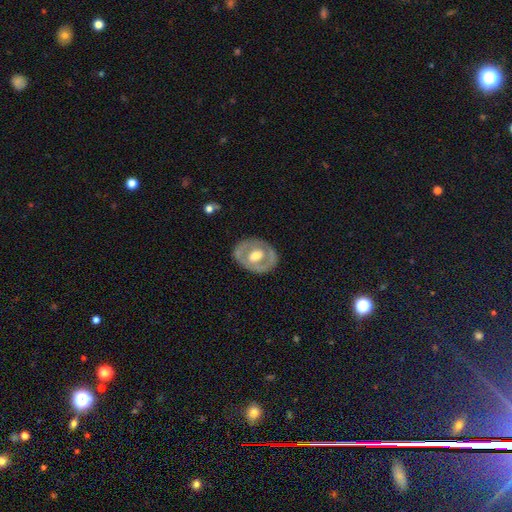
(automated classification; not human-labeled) This is likely a featured or disk galaxy (61%). It is clearly not viewed edge-on (93%). Bar: likely no (64%). Spiral arm pattern: clearly no (80%). Central bulge: likely moderate (60%). Merging: likely none (79%).